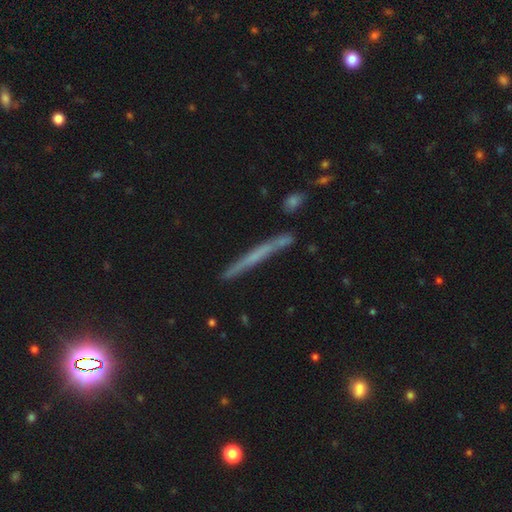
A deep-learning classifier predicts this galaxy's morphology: smooth-or-featured: featured or disk: 50% | smooth: 41% | star or artifact: 8%
  disk-edge-on: yes: 94% | no: 6%
  merging: none: 81% | minor disturbance: 12% | merger: 4% | major disturbance: 3%